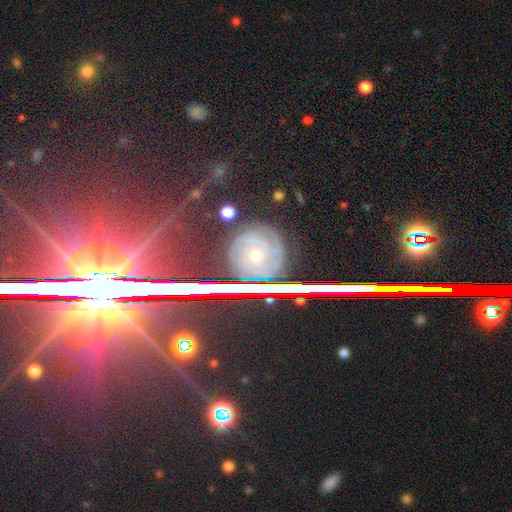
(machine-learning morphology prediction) Overall: featured or disk (62%; star or artifact 23%). Edge-on disk: no (92%). Bar: no (77%). Spiral arms: yes (87%). Spiral arm count: can't tell (33%; 2 26%). Spiral winding: tight (79%). Bulge size: small (53%; moderate 43%). Merging: none (79%).